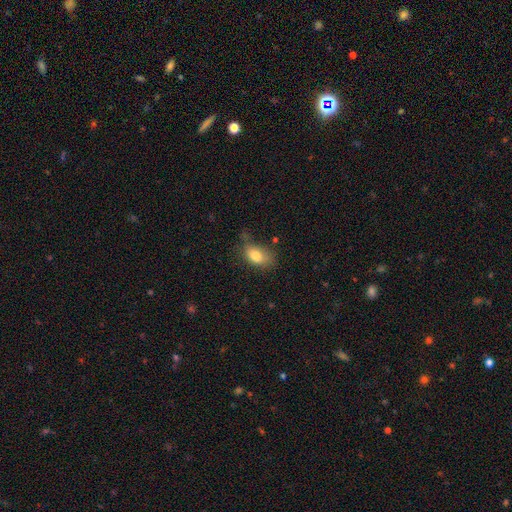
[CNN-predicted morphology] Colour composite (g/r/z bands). It shows a smooth galaxy with no disk features (80%) that is in between round and cigar-shaped (88%). Merging: none (47%).